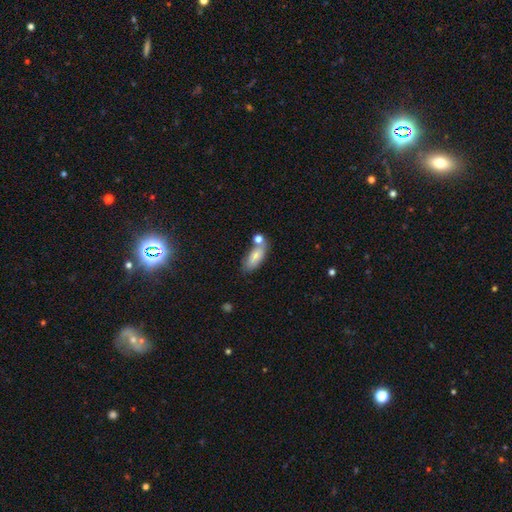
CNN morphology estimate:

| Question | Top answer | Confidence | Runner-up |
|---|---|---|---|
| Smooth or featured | smooth | 75% | featured or disk (17%) |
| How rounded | in between | 81% | cigar-shaped (15%) |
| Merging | none | 59% | merger (20%) |